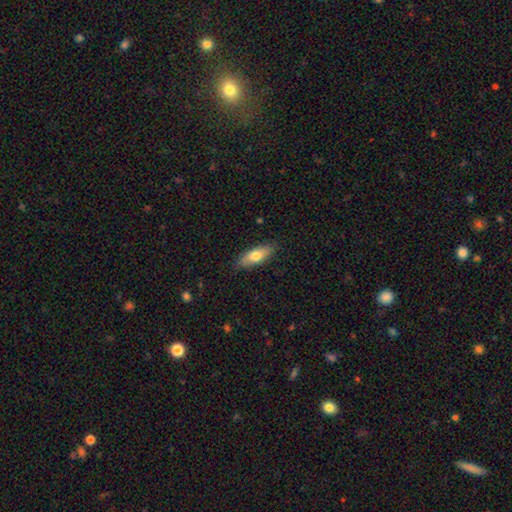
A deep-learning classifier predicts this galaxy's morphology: Smooth or featured? Predicted: smooth (p=0.71). How rounded? Predicted: in between (p=0.67). Merging? Predicted: none (p=0.84).